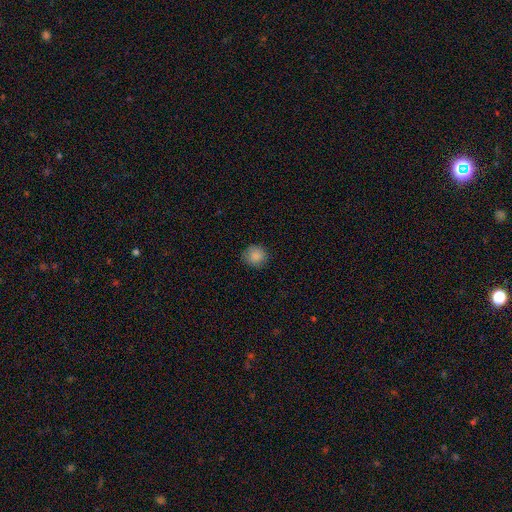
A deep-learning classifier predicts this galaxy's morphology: Q: Smooth or featured?
A: smooth (87%); runner-up: star or artifact (9%)
Q: How rounded?
A: round (89%); runner-up: in between (10%)
Q: Merging?
A: none (84%); runner-up: minor disturbance (12%)